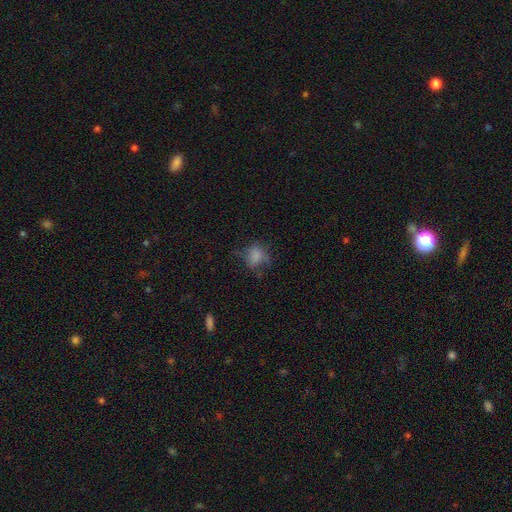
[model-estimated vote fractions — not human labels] This is likely a smooth galaxy (69%). How rounded: possibly round (53%). Merging: possibly none (46%).